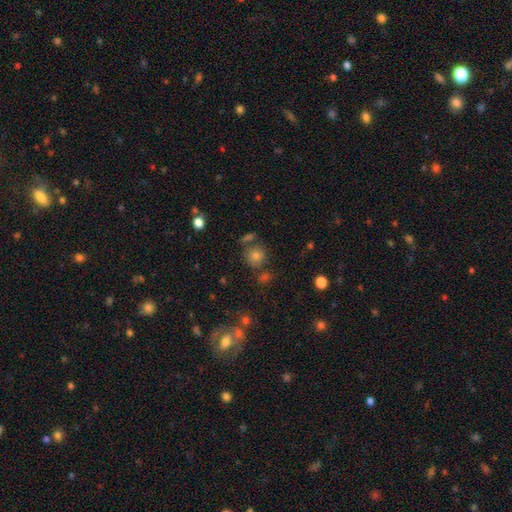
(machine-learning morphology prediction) This is likely a smooth galaxy (68%). How rounded: clearly round (88%). Merging: likely none (73%).